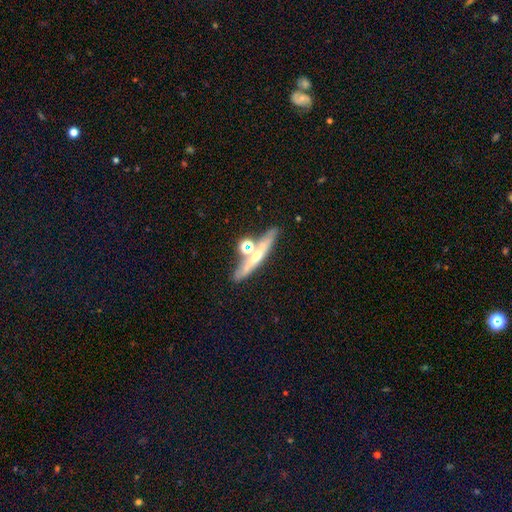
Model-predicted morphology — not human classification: smooth-or-featured: featured or disk: 54% | smooth: 32% | star or artifact: 14%
  disk-edge-on: yes: 82% | no: 18%
  merging: none: 65% | merger: 19% | minor disturbance: 11% | major disturbance: 5%